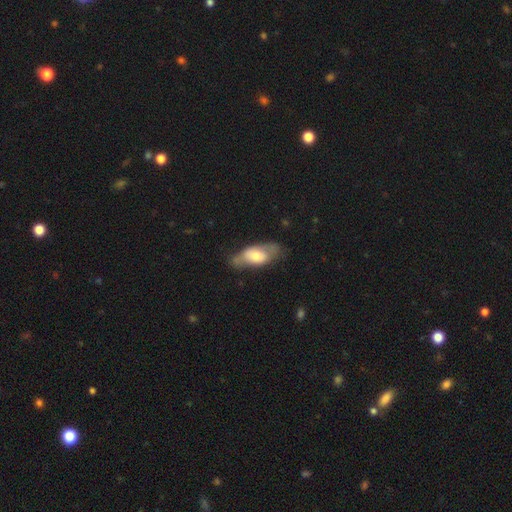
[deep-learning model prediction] Overall: smooth (54%; featured or disk 40%). How rounded: in between (83%). Merging: none (53%; minor disturbance 30%).